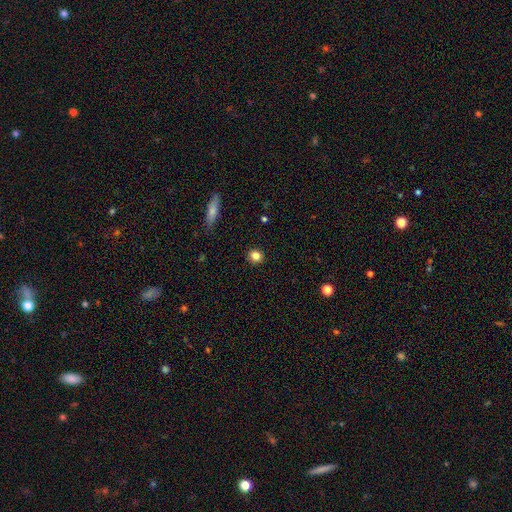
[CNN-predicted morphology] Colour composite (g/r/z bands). It shows a smooth galaxy with no disk features (83%) that is round (85%). Merging: none (91%).